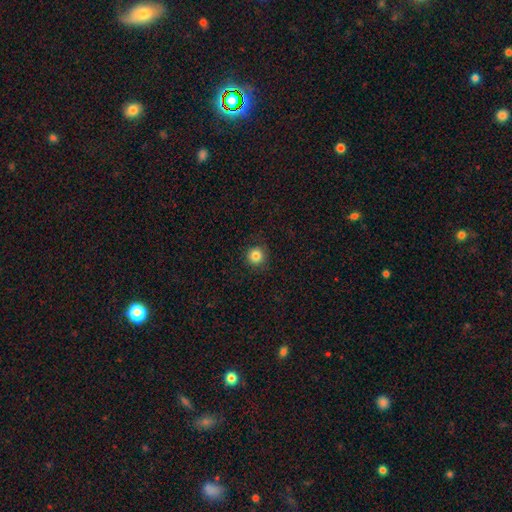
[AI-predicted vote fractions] This appears to be a smooth galaxy with no disk features (84%) that is round (95%). Merging: none (90%).